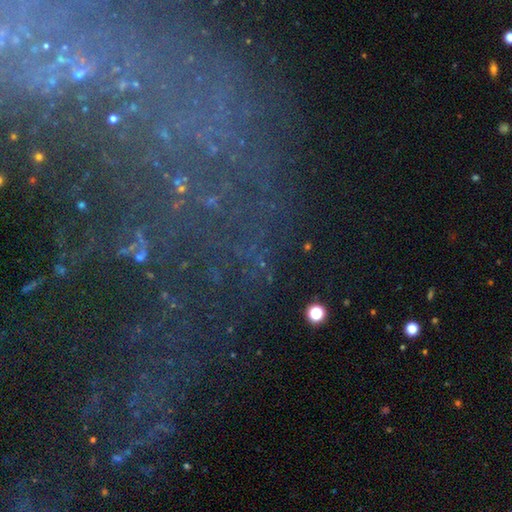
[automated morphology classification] This appears to be a star or artifact, not a galaxy (55%).